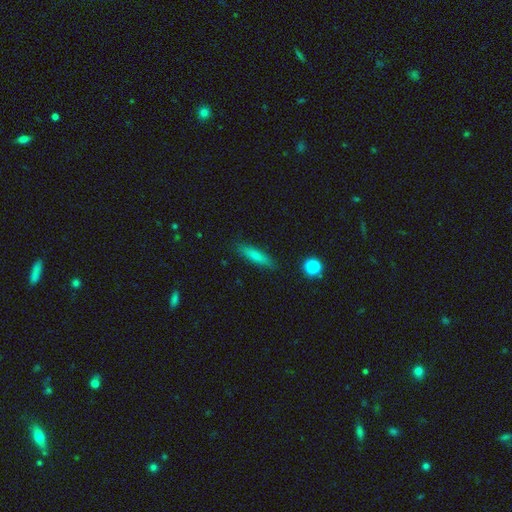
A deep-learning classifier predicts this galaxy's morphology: Smooth or featured: smooth — 74% (featured or disk — 18%)
How rounded: cigar-shaped — 76% (in between — 21%)
Merging: none — 86% (minor disturbance — 10%)